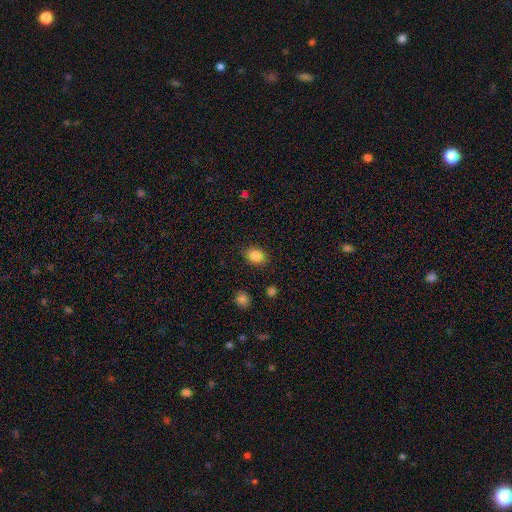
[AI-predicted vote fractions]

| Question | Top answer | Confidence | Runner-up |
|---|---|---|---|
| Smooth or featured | smooth | 87% | star or artifact (8%) |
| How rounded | in between | 74% | round (25%) |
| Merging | none | 85% | minor disturbance (11%) |